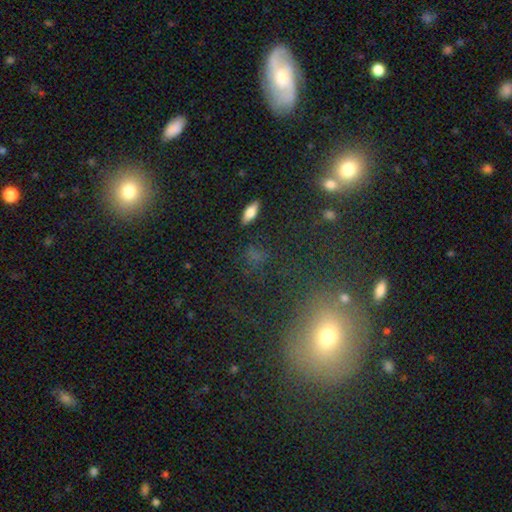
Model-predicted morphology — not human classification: Q: Smooth or featured?
A: smooth (57%); runner-up: star or artifact (25%)
Q: How rounded?
A: in between (52%); runner-up: round (30%)
Q: Merging?
A: none (80%); runner-up: minor disturbance (12%)